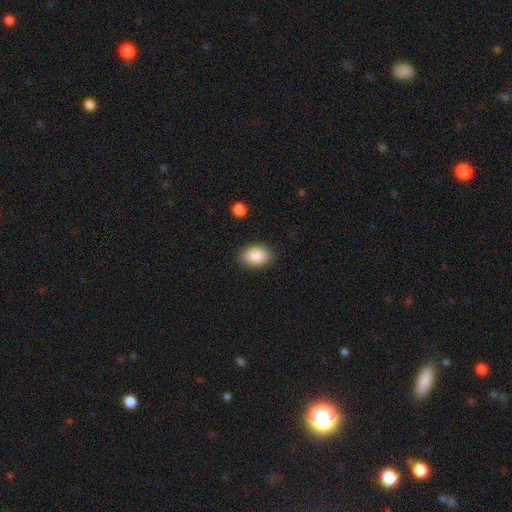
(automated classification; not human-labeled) This is clearly a smooth galaxy (88%). How rounded: clearly in between (84%). Merging: clearly none (87%).